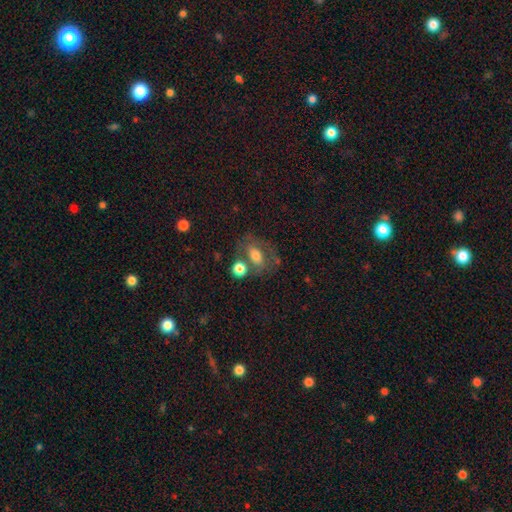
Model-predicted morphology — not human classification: Smooth or featured? smooth (57%)
How rounded? in between (74%)
Merging? none (46%)